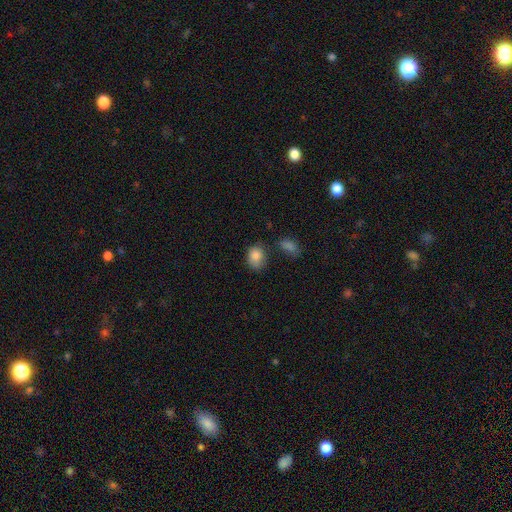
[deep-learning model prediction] Smooth or featured?
  - smooth: 84% *
  - star or artifact: 9%
  - featured or disk: 7%
How rounded?
  - in between: 65% *
  - round: 34%
  - cigar-shaped: 1%
Merging?
  - none: 54% *
  - minor disturbance: 28%
  - merger: 9%
  - major disturbance: 8%